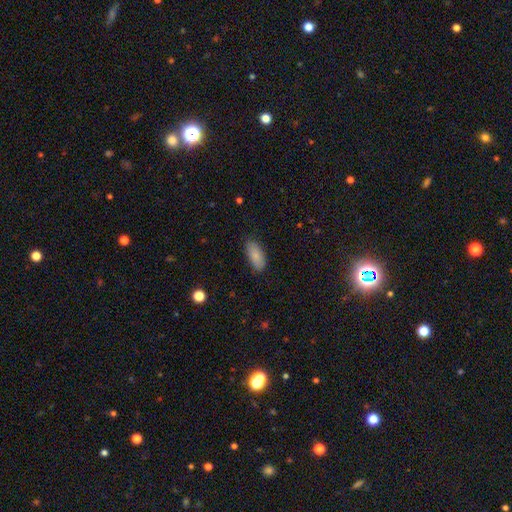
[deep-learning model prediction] Overall: smooth (86%). How rounded: in between (85%). Merging: none (85%).